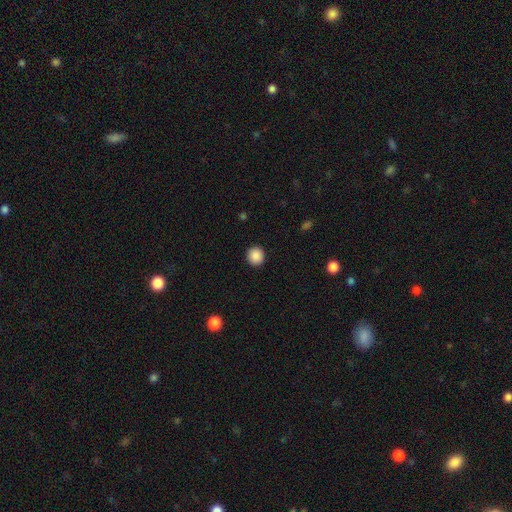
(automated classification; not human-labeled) Q: Smooth or featured?
A: smooth (89%); runner-up: star or artifact (9%)
Q: How rounded?
A: round (88%); runner-up: in between (11%)
Q: Merging?
A: none (92%); runner-up: minor disturbance (5%)